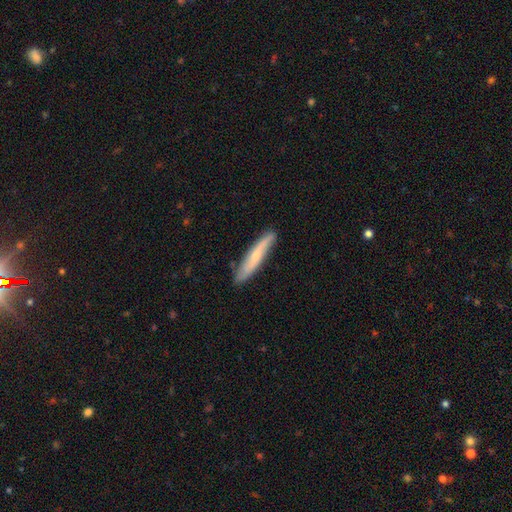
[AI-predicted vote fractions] The model was most divided on "smooth or featured": smooth: 50%, featured or disk: 44%, star or artifact: 6%. More confident: how rounded — cigar-shaped (92%); merging — none (83%).